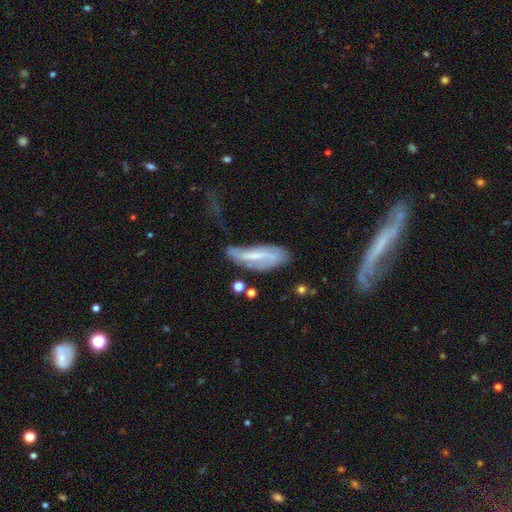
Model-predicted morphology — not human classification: This appears to be a featured or disk galaxy (60%). Merging: none (44%).